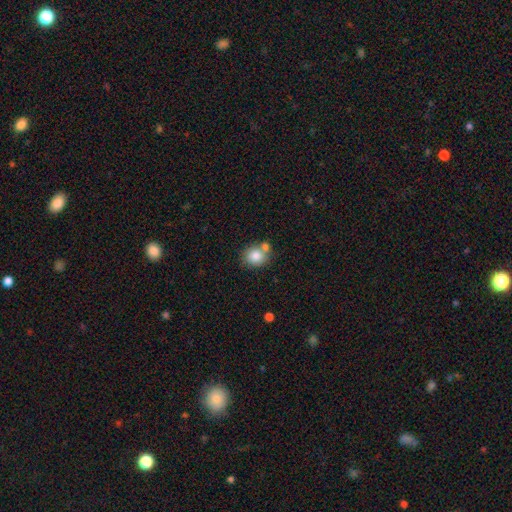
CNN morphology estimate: Smooth or featured?
  - smooth: 82% *
  - featured or disk: 9%
  - star or artifact: 9%
How rounded?
  - round: 74% *
  - in between: 25%
  - cigar-shaped: 1%
Merging?
  - none: 55% *
  - merger: 30%
  - minor disturbance: 12%
  - major disturbance: 4%